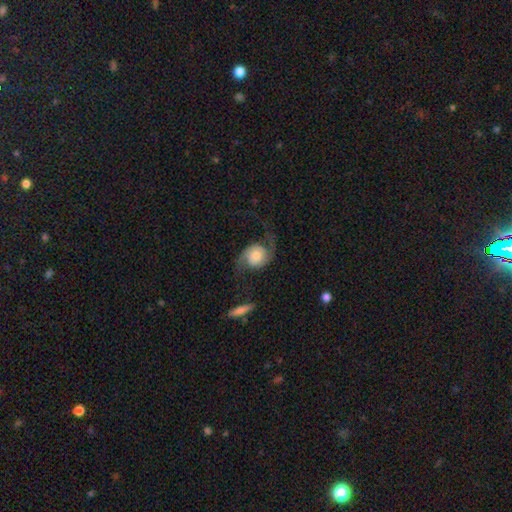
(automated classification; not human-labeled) Q: Smooth or featured?
A: featured or disk (80%); runner-up: smooth (15%)
Q: Edge-on disk?
A: no (97%); runner-up: yes (3%)
Q: Bar?
A: no (71%); runner-up: weak (24%)
Q: Spiral arms?
A: yes (96%); runner-up: no (4%)
Q: Spiral winding?
A: loose (66%); runner-up: medium (27%)
Q: Spiral arm count?
A: 2 (92%); runner-up: 1 (3%)
Q: Bulge size?
A: moderate (38%); runner-up: large (29%)
Q: Merging?
A: none (61%); runner-up: major disturbance (18%)